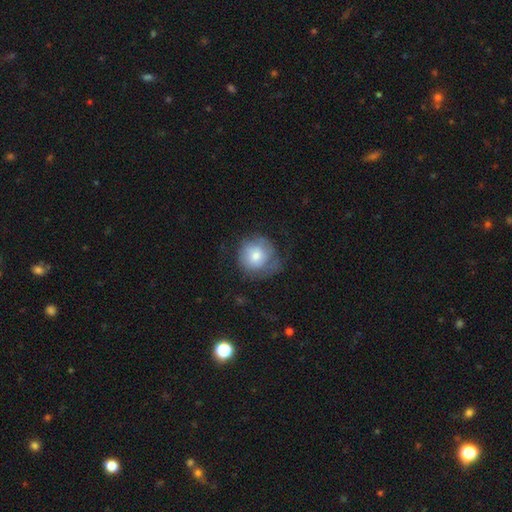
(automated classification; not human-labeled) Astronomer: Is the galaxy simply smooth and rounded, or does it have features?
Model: smooth — 66%.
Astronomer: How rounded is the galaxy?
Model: round — 90%.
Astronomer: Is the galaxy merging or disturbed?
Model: none — 53% (runner-up: minor disturbance, 28%).